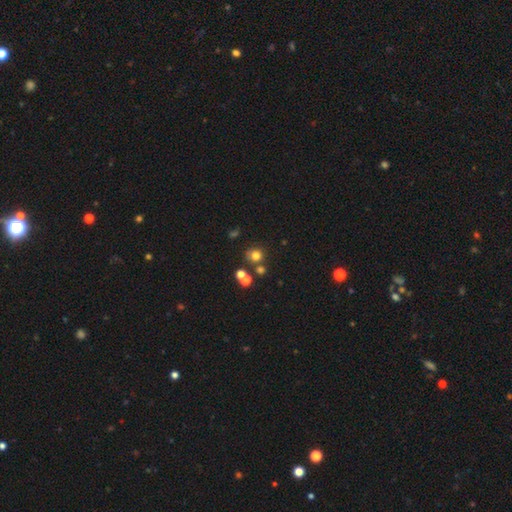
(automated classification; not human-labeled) Smooth or featured?
  - smooth: 71% *
  - star or artifact: 19%
  - featured or disk: 10%
How rounded?
  - round: 87% *
  - in between: 12%
  - cigar-shaped: 1%
Merging?
  - none: 68% *
  - merger: 18%
  - minor disturbance: 10%
  - major disturbance: 5%